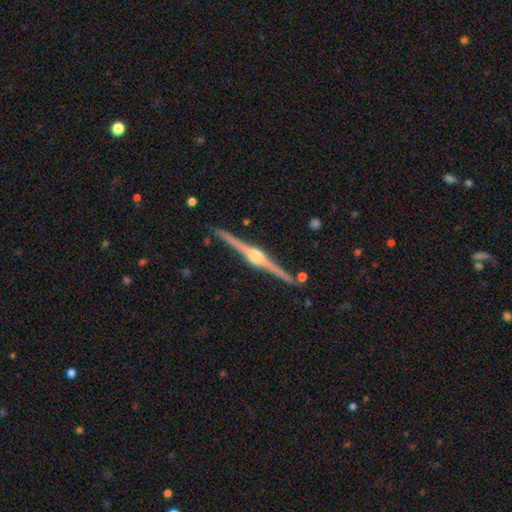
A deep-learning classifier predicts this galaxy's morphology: featured or disk 91%, smooth 5%, star or artifact 4%. Down the decision tree: edge-on disk — yes (99%); edge-on bulge — rounded (92%); merging — none (92%).